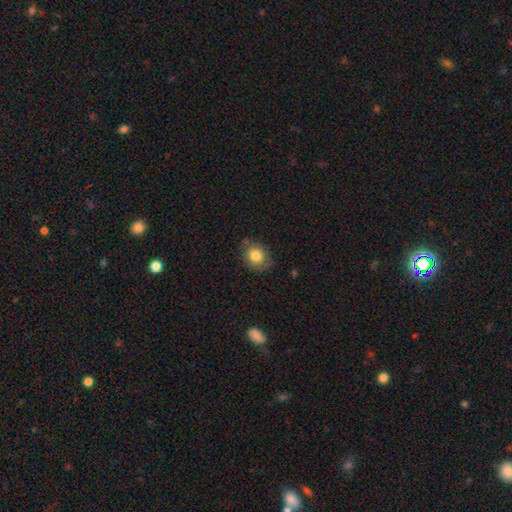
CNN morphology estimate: smooth_or_featured: smooth (p=0.78) [alt: featured or disk p=0.13]
how_rounded: round (p=0.50) [alt: in between p=0.49]
merging: none (p=0.76) [alt: minor disturbance p=0.19]